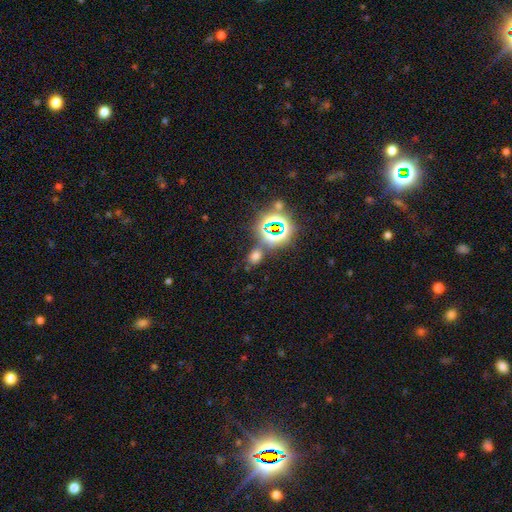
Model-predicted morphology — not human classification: The model was most divided on "how rounded": in between: 56%, round: 42%, cigar-shaped: 2%. More confident: merging — none (73%); smooth or featured — smooth (54%).